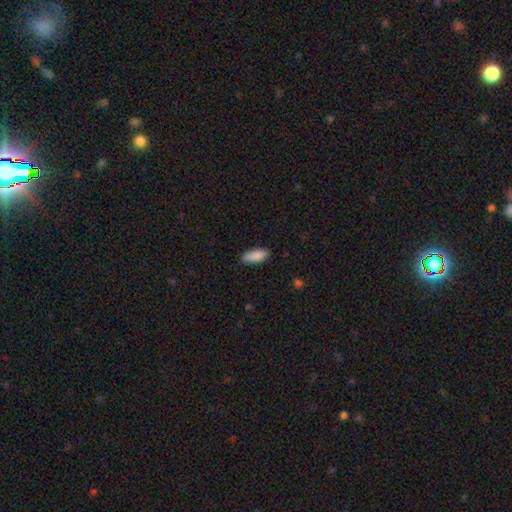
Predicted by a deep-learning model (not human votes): Smooth or featured?
  - smooth: 90% *
  - star or artifact: 6%
  - featured or disk: 4%
How rounded?
  - in between: 80% *
  - cigar-shaped: 19%
  - round: 2%
Merging?
  - none: 86% *
  - minor disturbance: 11%
  - major disturbance: 2%
  - merger: 1%